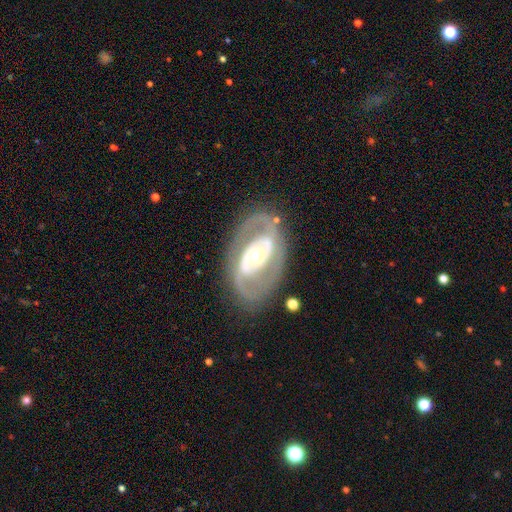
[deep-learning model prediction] Smooth or featured: featured or disk — 84% (smooth — 11%)
Edge-on disk: no — 95% (yes — 5%)
Bar: no — 42% (weak — 31%)
Spiral arms: yes — 76% (no — 24%)
Spiral winding: medium — 45% (tight — 37%)
Spiral arm count: 2 — 83% (can't tell — 10%)
Bulge size: moderate — 65% (small — 21%)
Merging: none — 79% (minor disturbance — 13%)